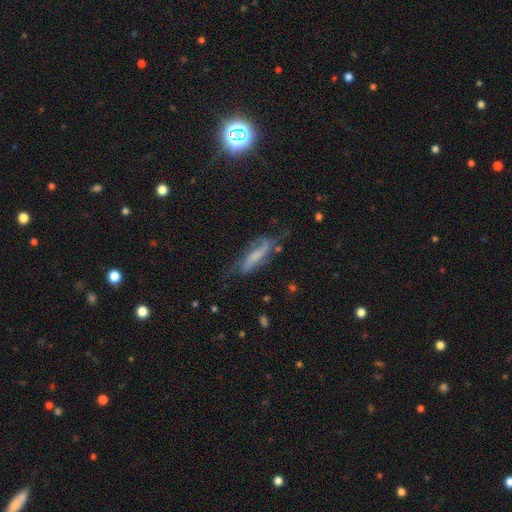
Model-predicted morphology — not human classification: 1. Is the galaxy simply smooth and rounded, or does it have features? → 63% featured or disk, 28% smooth, 9% star or artifact.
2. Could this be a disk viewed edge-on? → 71% no, 29% yes.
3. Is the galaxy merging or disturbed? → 53% none, 26% minor disturbance, 17% major disturbance, 3% merger.